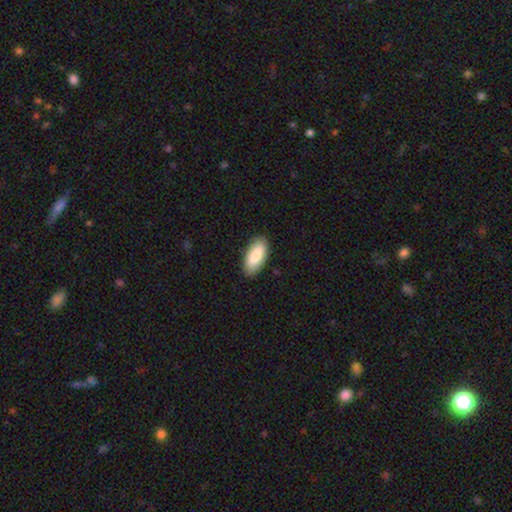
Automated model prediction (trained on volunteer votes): smooth_or_featured: smooth (p=0.87) [alt: featured or disk p=0.08]
how_rounded: in between (p=0.88) [alt: cigar-shaped p=0.11]
merging: none (p=0.88) [alt: minor disturbance p=0.10]